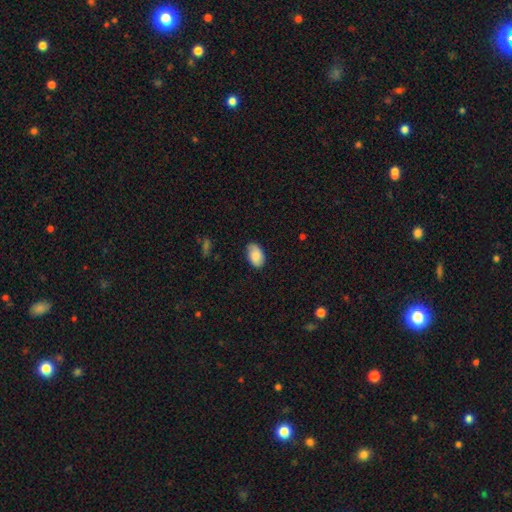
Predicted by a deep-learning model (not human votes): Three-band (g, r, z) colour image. It shows a smooth galaxy with no disk features (79%) that is in between round and cigar-shaped (91%). Merging: none (78%).